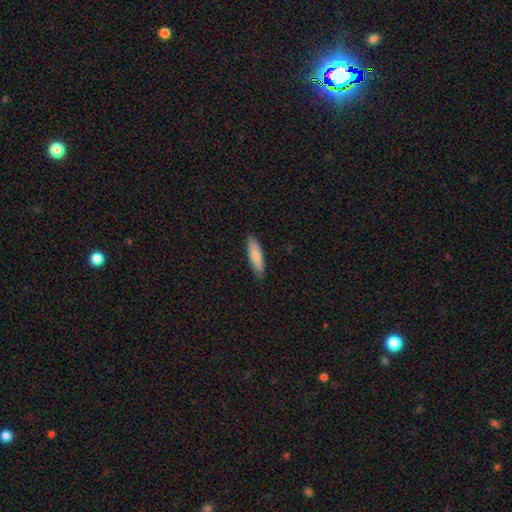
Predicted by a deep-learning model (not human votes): smooth 81%, featured or disk 13%, star or artifact 5%. Down the decision tree: how rounded — cigar-shaped (66%); merging — none (86%).